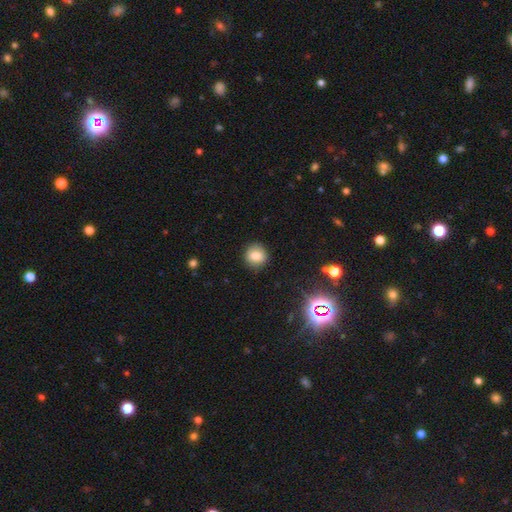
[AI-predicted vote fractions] Smooth or featured? Predicted: smooth (p=0.80). How rounded? Predicted: round (p=0.87). Merging? Predicted: none (p=0.87).